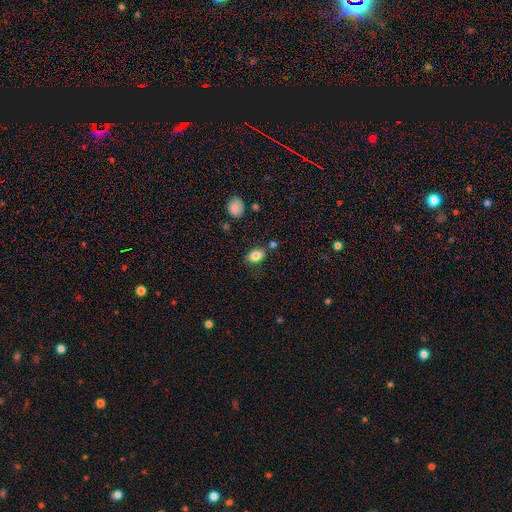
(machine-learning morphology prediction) This is clearly a smooth galaxy (83%). How rounded: clearly in between (84%). Merging: likely none (75%).